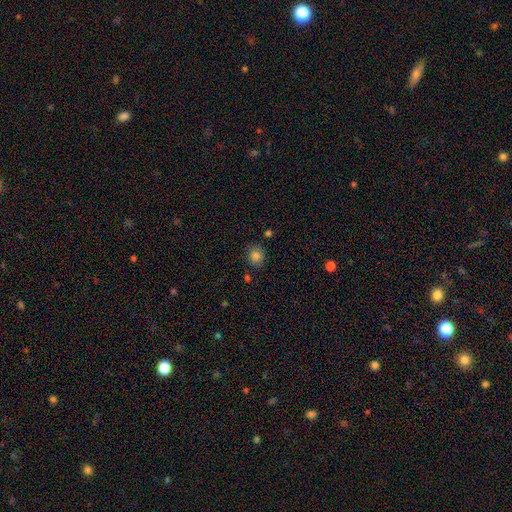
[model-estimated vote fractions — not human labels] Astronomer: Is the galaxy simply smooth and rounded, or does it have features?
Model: smooth — 84%.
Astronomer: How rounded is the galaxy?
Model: round — 81%.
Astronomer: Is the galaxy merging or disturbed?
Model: none — 80%.